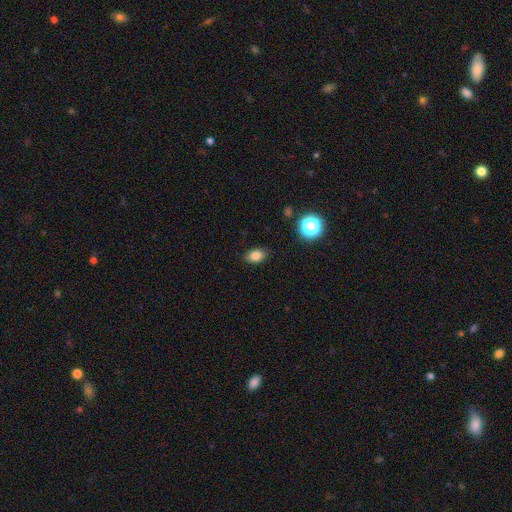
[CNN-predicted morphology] This is clearly a smooth galaxy (82%). How rounded: likely in between (80%). Merging: clearly none (87%).